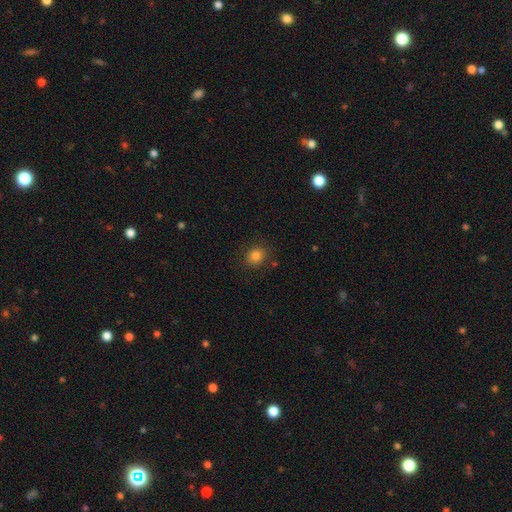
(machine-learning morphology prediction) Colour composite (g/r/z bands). It shows a smooth galaxy with no disk features (83%) that is round (62%). Merging: none (85%).